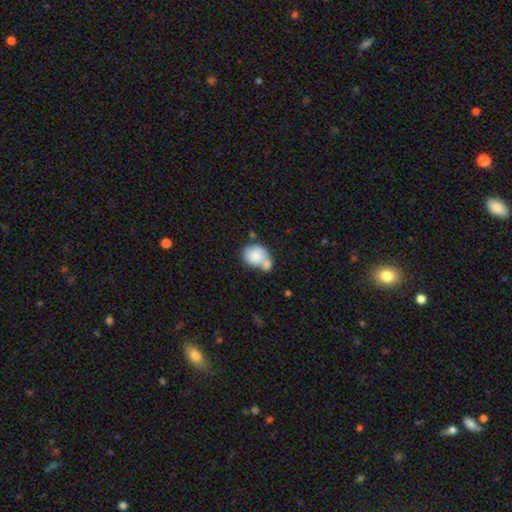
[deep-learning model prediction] The model was most divided on "how rounded": round: 61%, in between: 38%, cigar-shaped: 1%. More confident: smooth or featured — smooth (80%); merging — merger (54%).